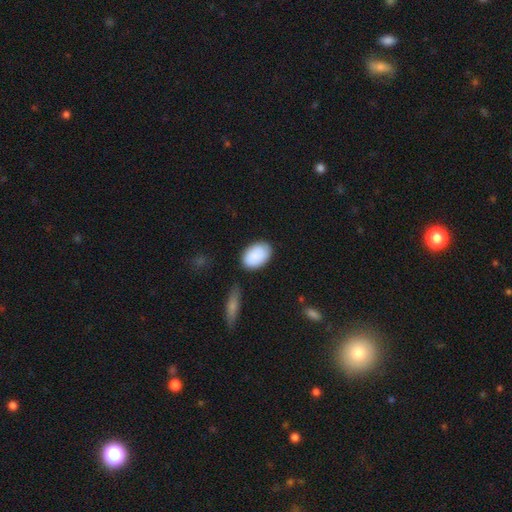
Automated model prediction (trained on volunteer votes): smooth_or_featured: smooth (p=0.89) [alt: star or artifact p=0.06]
how_rounded: in between (p=0.90) [alt: round p=0.09]
merging: none (p=0.78) [alt: minor disturbance p=0.15]